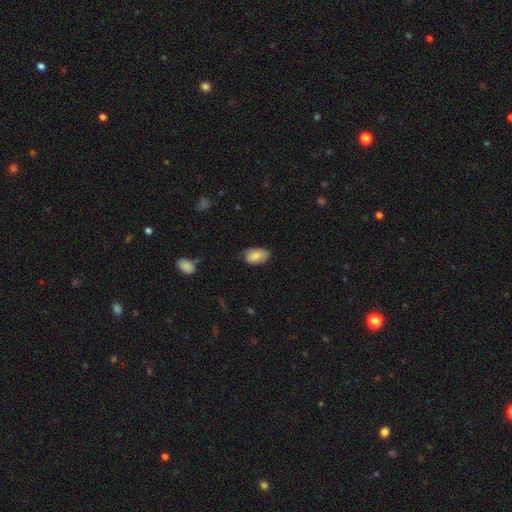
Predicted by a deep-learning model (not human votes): Smooth or featured? Predicted: smooth (p=0.80). How rounded? Predicted: in between (p=0.92). Merging? Predicted: none (p=0.63).